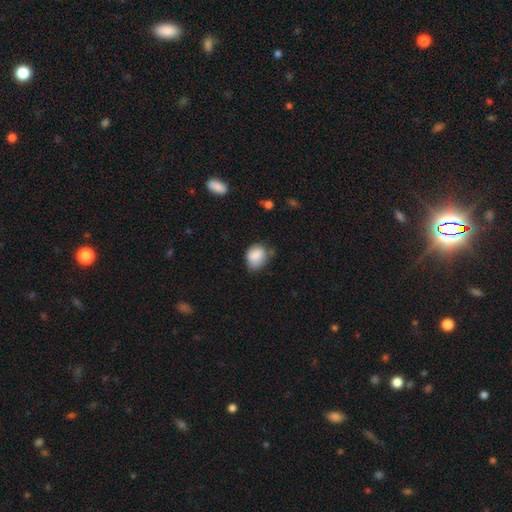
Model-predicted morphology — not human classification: Smooth or featured?
  - smooth: 85% *
  - star or artifact: 8%
  - featured or disk: 7%
How rounded?
  - in between: 57% *
  - round: 42%
  - cigar-shaped: 1%
Merging?
  - none: 52% *
  - minor disturbance: 36%
  - major disturbance: 8%
  - merger: 4%